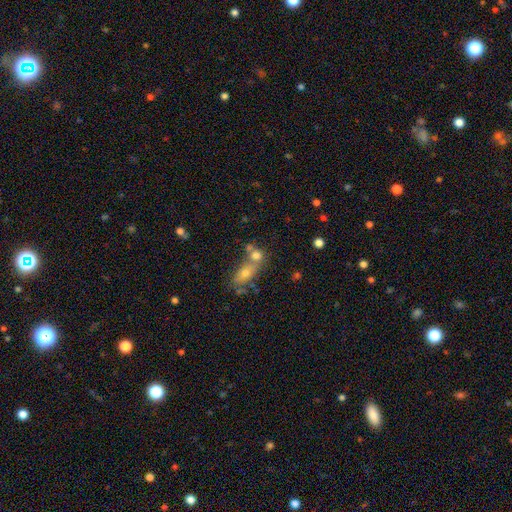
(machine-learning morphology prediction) A smooth galaxy with no disk features (48%).

Vote fractions:
- Smooth or featured? smooth: 48% / featured or disk: 32% / star or artifact: 20%
- Merging? merger: 51% / none: 32% / minor disturbance: 9% / major disturbance: 7%